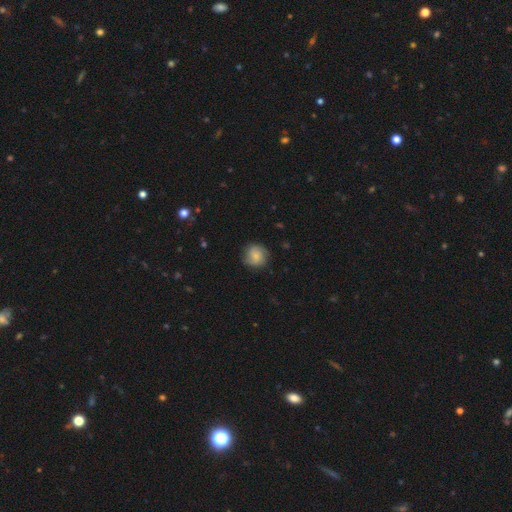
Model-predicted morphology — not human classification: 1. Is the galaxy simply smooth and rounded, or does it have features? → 63% smooth, 28% featured or disk, 8% star or artifact.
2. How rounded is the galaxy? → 88% round, 11% in between, 1% cigar-shaped.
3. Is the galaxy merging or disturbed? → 80% none, 14% minor disturbance, 4% major disturbance, 1% merger.